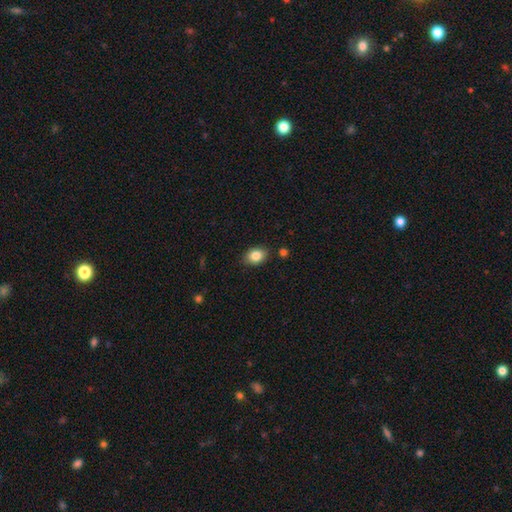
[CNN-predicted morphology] smooth_or_featured: smooth (p=0.85) [alt: star or artifact p=0.09]
how_rounded: in between (p=0.71) [alt: round p=0.28]
merging: none (p=0.84) [alt: minor disturbance p=0.11]